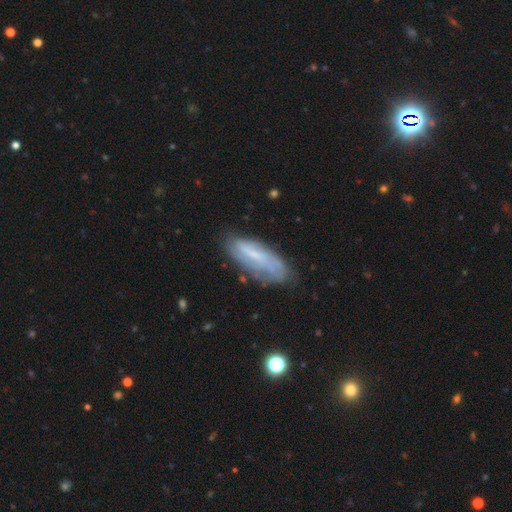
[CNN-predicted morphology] smooth_or_featured: featured or disk (p=0.50) [alt: smooth p=0.42]
merging: none (p=0.65) [alt: minor disturbance p=0.24]